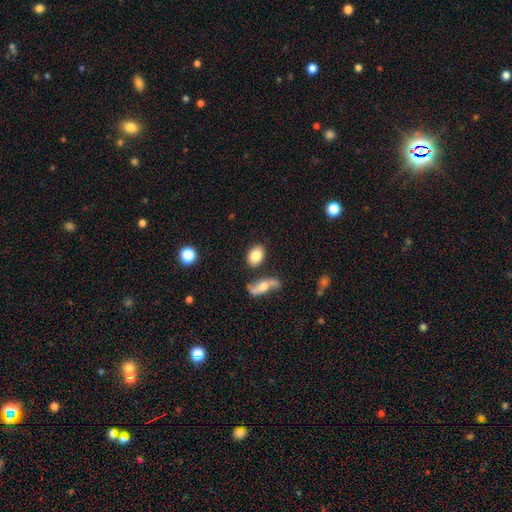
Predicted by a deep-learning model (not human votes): Overall: smooth (81%). How rounded: in between (78%). Merging: none (77%).